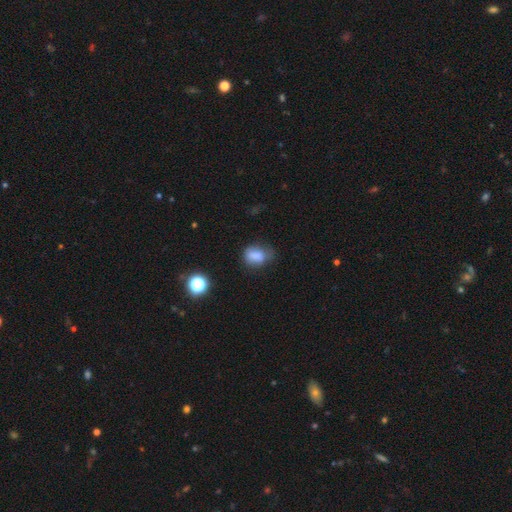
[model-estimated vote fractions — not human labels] The model was most divided on "merging": none: 46%, minor disturbance: 35%, major disturbance: 15%, merger: 4%. More confident: smooth or featured — smooth (76%); how rounded — in between (65%).